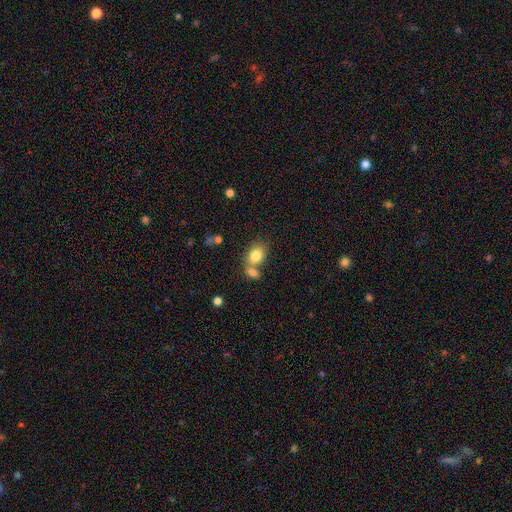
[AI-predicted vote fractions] This appears to be a smooth galaxy with no disk features (82%) that is in between round and cigar-shaped (72%). Merging: none (43%).